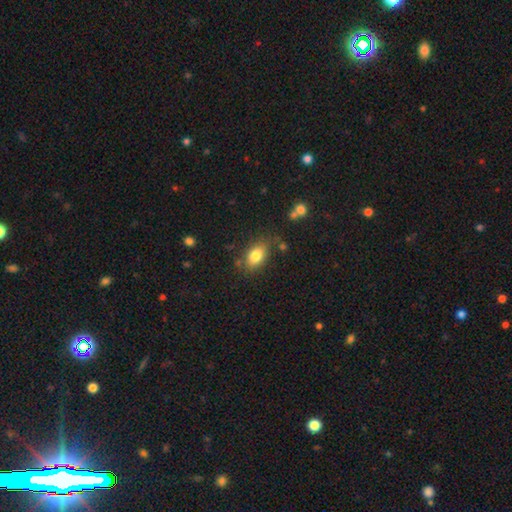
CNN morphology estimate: Smooth or featured?
  - smooth: 82% *
  - featured or disk: 9%
  - star or artifact: 8%
How rounded?
  - in between: 86% *
  - round: 11%
  - cigar-shaped: 2%
Merging?
  - none: 76% *
  - minor disturbance: 15%
  - merger: 5%
  - major disturbance: 4%